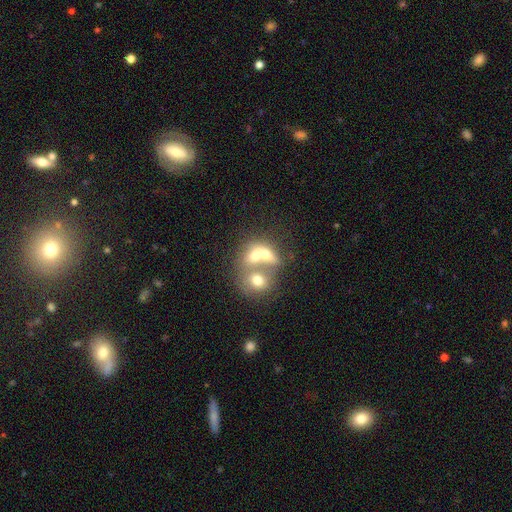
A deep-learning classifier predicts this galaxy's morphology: Q: Smooth or featured?
A: smooth (61%); runner-up: featured or disk (27%)
Q: How rounded?
A: in between (54%); runner-up: round (44%)
Q: Merging?
A: merger (71%); runner-up: none (18%)